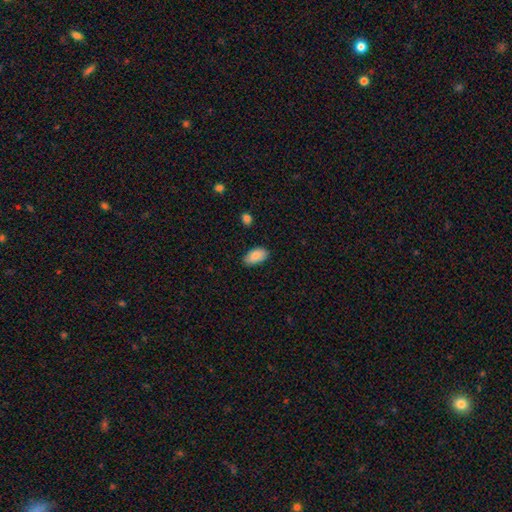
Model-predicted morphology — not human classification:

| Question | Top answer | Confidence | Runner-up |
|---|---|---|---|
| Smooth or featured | smooth | 87% | star or artifact (7%) |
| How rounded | in between | 95% | round (4%) |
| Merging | none | 84% | minor disturbance (13%) |